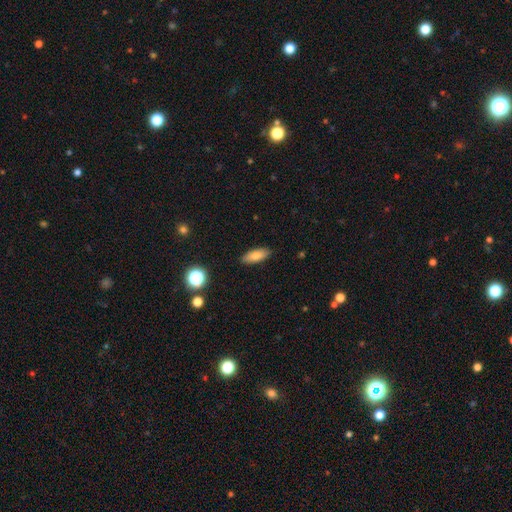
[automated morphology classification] smooth_or_featured: smooth (p=0.79) [alt: featured or disk p=0.13]
how_rounded: in between (p=0.73) [alt: cigar-shaped p=0.24]
merging: none (p=0.88) [alt: minor disturbance p=0.09]